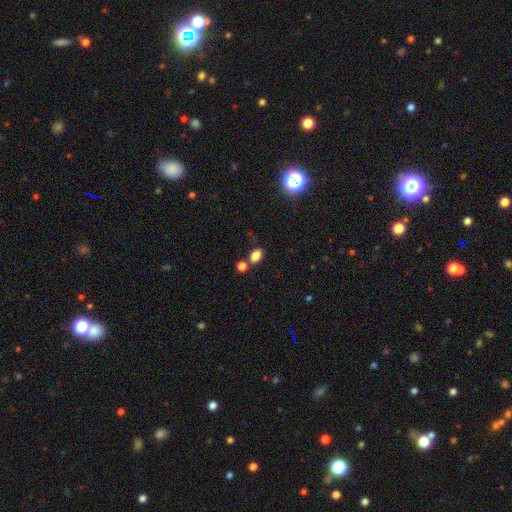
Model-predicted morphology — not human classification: Q: Smooth or featured?
A: smooth (82%); runner-up: star or artifact (13%)
Q: How rounded?
A: in between (76%); runner-up: round (23%)
Q: Merging?
A: none (64%); runner-up: merger (19%)